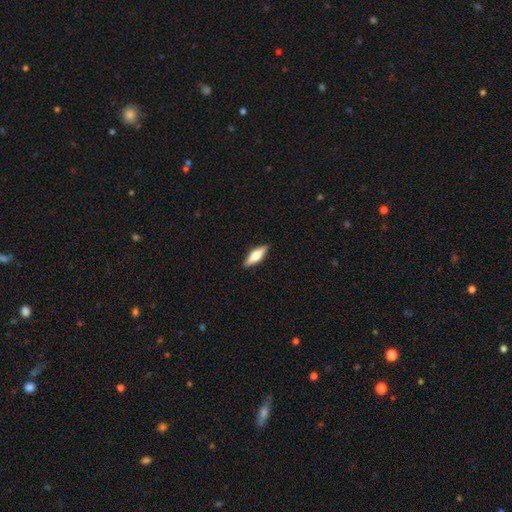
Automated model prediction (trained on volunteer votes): smooth 56%, featured or disk 38%, star or artifact 6%. Down the decision tree: how rounded — in between (51%); merging — none (89%).